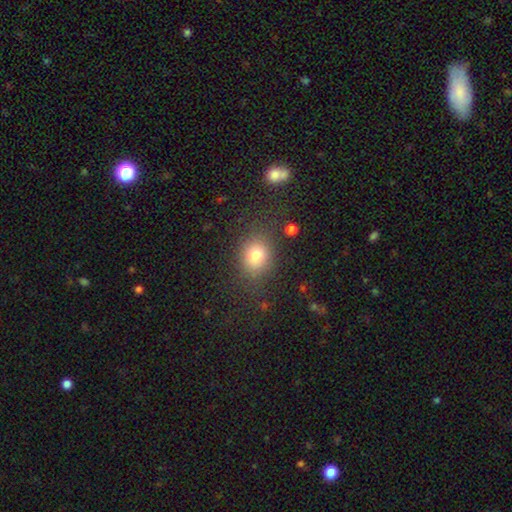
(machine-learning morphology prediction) A smooth galaxy with no disk features (77%) that is round (59%). Merging: none (78%).